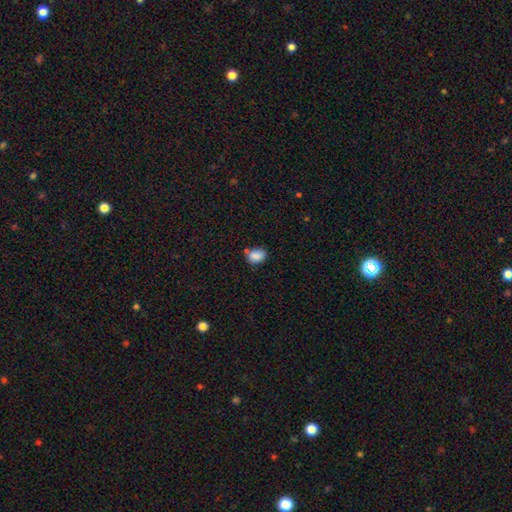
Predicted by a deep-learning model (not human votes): Smooth or featured? smooth (86%)
How rounded? in between (66%)
Merging? none (61%)